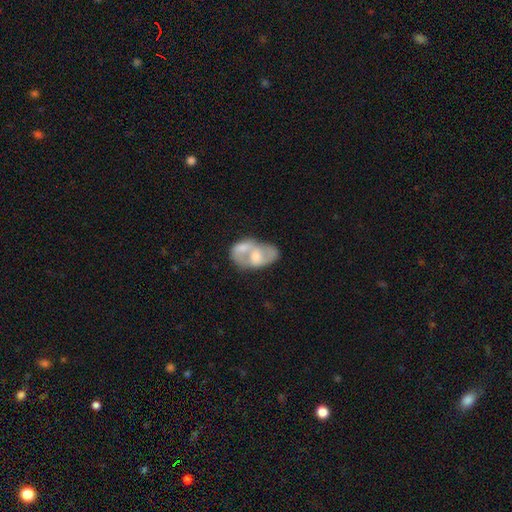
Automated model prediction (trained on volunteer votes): This appears to be a featured or disk galaxy (54%) with no bar (76%), no spiral arms (72%) and a moderate central bulge (56%). Merging: merger (58%).